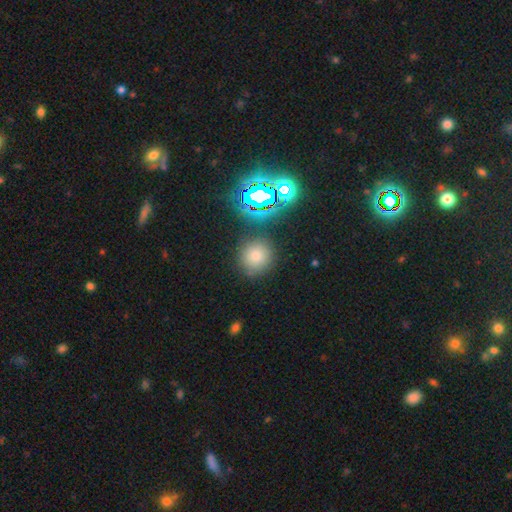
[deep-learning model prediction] smooth-or-featured: smooth: 63% | star or artifact: 28% | featured or disk: 9%
  how-rounded: round: 92% | in between: 7% | cigar-shaped: 1%
  merging: none: 86% | minor disturbance: 8% | merger: 3% | major disturbance: 3%